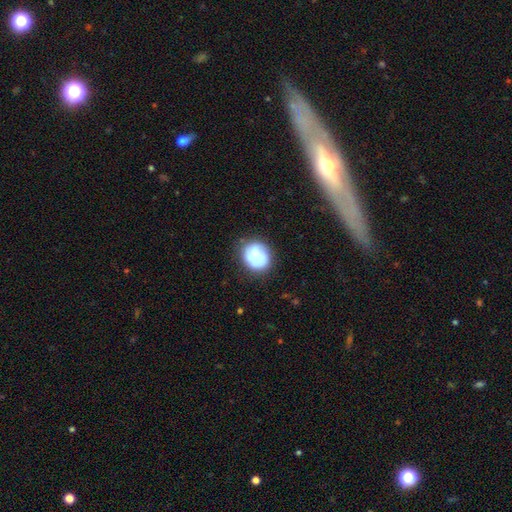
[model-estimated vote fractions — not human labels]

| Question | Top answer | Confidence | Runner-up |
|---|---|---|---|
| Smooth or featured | smooth | 67% | featured or disk (25%) |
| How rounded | round | 69% | in between (30%) |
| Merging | none | 64% | minor disturbance (23%) |